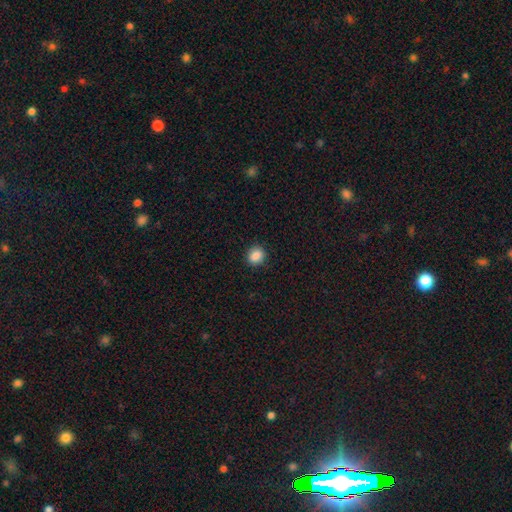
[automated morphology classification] A smooth galaxy with no disk features (87%) that is round (74%). Merging: none (90%).